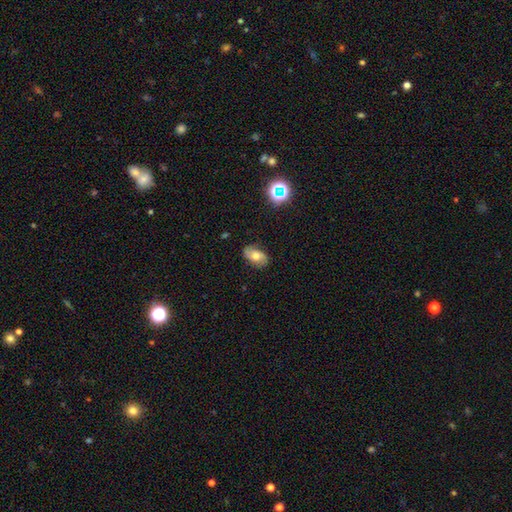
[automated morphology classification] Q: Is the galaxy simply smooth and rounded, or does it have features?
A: smooth — 46%.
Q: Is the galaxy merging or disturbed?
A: none — 78%.